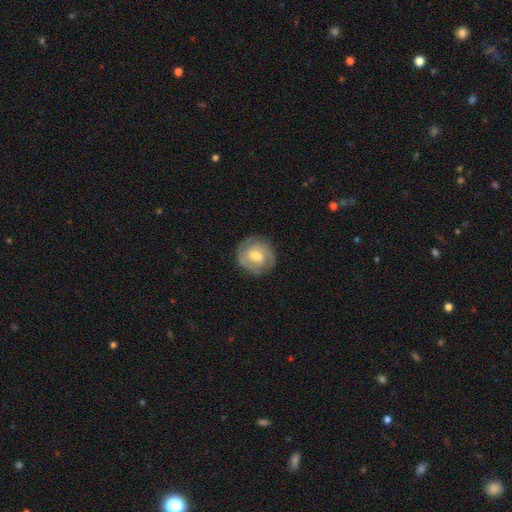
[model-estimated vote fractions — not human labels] A featured or disk galaxy (60%) with a weak bar (51%), spiral arms (80%) and a moderate central bulge (58%).

Vote fractions:
- Smooth or featured? featured or disk: 60% / smooth: 34% / star or artifact: 6%
- Edge-on disk? no: 97% / yes: 3%
- Bar? weak: 51% / no: 33% / strong: 15%
- Spiral arms? yes: 80% / no: 20%
- Bulge size? moderate: 58% / small: 34% / large: 5% / none: 2% / dominant: 1%
- Merging? none: 82% / minor disturbance: 13% / major disturbance: 4% / merger: 1%